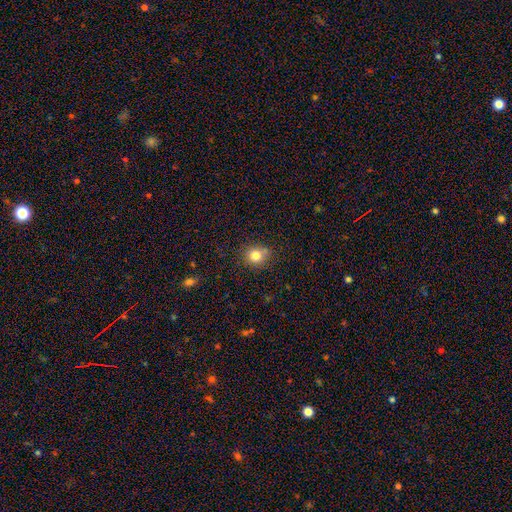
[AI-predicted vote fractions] Q: Smooth or featured?
A: smooth (81%); runner-up: star or artifact (12%)
Q: How rounded?
A: round (80%); runner-up: in between (19%)
Q: Merging?
A: none (79%); runner-up: minor disturbance (14%)